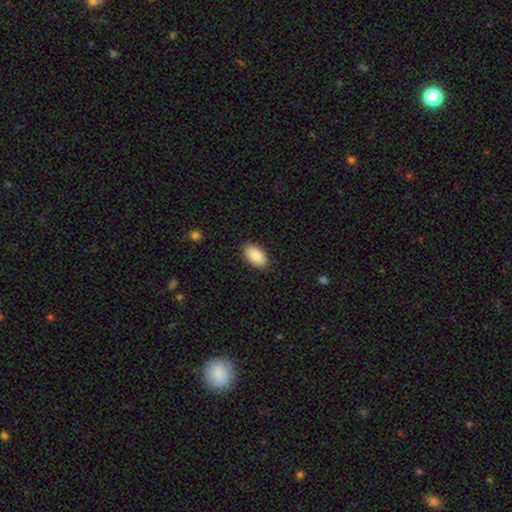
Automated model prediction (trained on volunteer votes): A smooth galaxy with no disk features (89%) that is in between round and cigar-shaped (95%).

Vote fractions:
- Smooth or featured? smooth: 89% / star or artifact: 6% / featured or disk: 5%
- How rounded? in between: 95% / round: 3% / cigar-shaped: 2%
- Merging? none: 88% / minor disturbance: 9% / major disturbance: 2% / merger: 1%